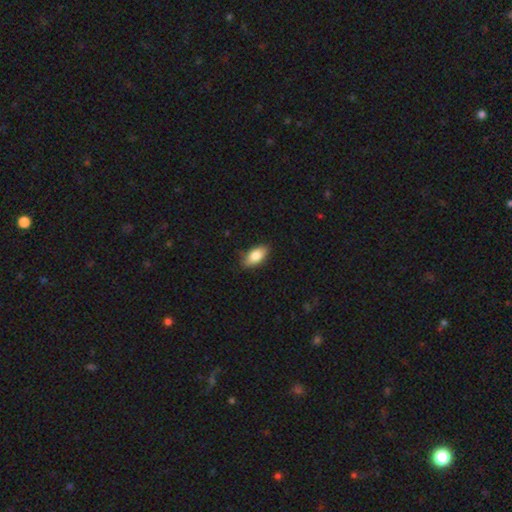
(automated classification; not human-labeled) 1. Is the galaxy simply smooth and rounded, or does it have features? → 83% smooth, 10% featured or disk, 7% star or artifact.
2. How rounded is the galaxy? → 90% in between, 6% cigar-shaped, 4% round.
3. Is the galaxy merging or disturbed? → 85% none, 12% minor disturbance, 2% major disturbance, 1% merger.